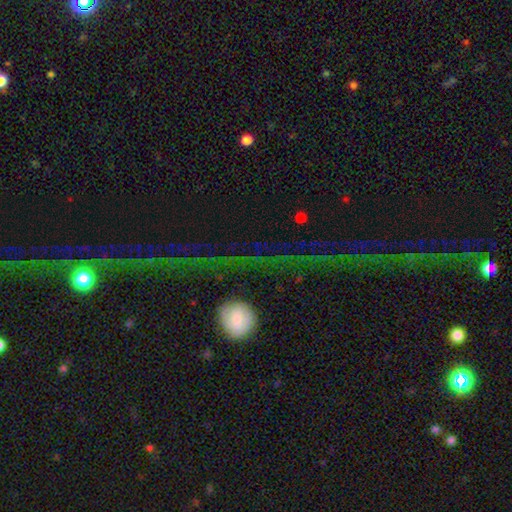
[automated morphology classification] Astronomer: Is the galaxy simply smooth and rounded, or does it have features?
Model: smooth — 38% (runner-up: star or artifact, 36%).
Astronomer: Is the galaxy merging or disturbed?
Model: none — 61%.